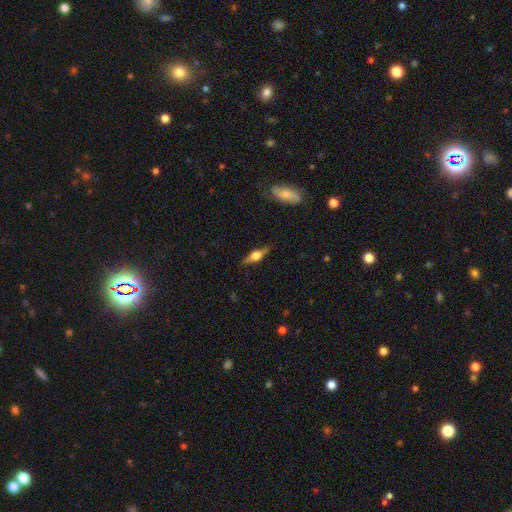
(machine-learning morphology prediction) This appears to be a featured or disk galaxy (69%) viewed edge-on (96%) with a rounded central bulge (92%). Merging: none (87%).